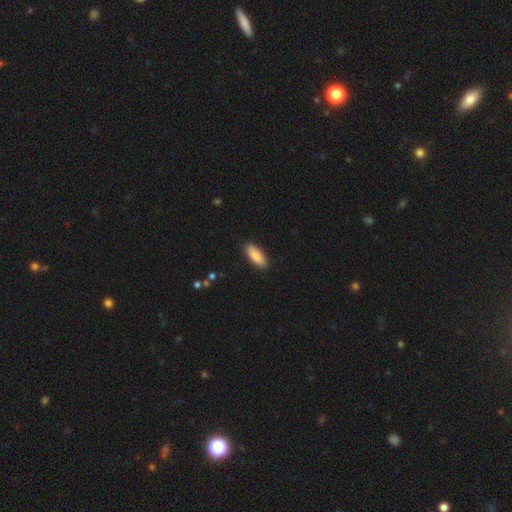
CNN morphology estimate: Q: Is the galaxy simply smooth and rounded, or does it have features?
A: smooth — 85%.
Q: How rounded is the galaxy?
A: in between — 71%.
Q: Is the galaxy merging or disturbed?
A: none — 89%.